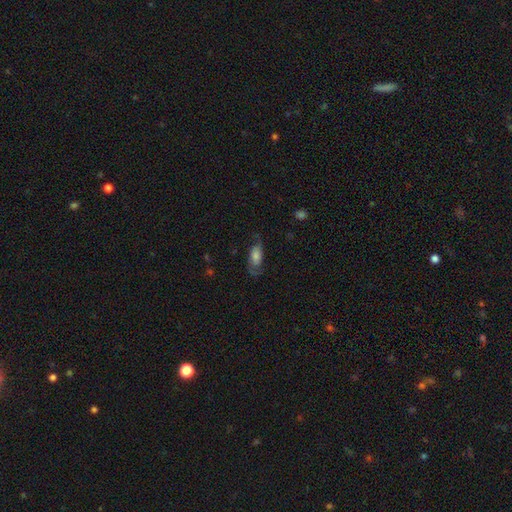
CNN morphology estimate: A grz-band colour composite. It shows a featured or disk galaxy (50%). Merging: none (58%).